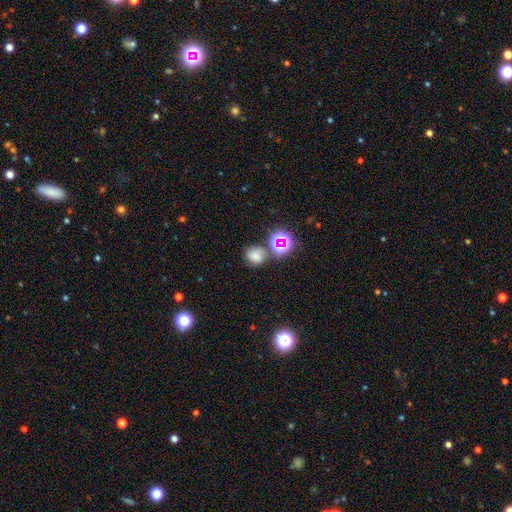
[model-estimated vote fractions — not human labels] Morphology: type=smooth (60%); roundness=round (58%); merging=none (56%).